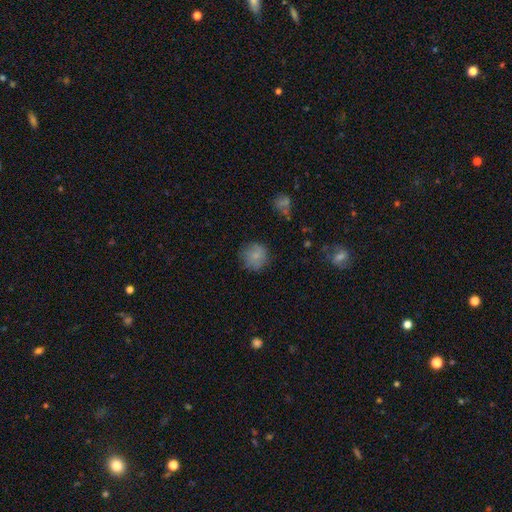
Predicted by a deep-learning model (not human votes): smooth 78%, featured or disk 12%, star or artifact 9%. Down the decision tree: how rounded — round (91%); merging — none (78%).